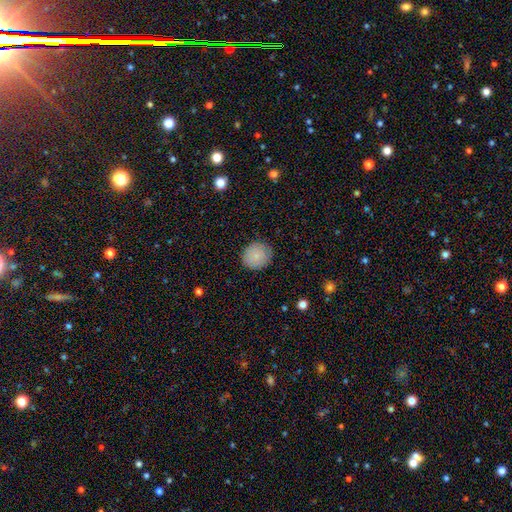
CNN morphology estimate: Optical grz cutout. It shows a smooth galaxy with no disk features (82%) that is round (87%). Merging: none (87%).